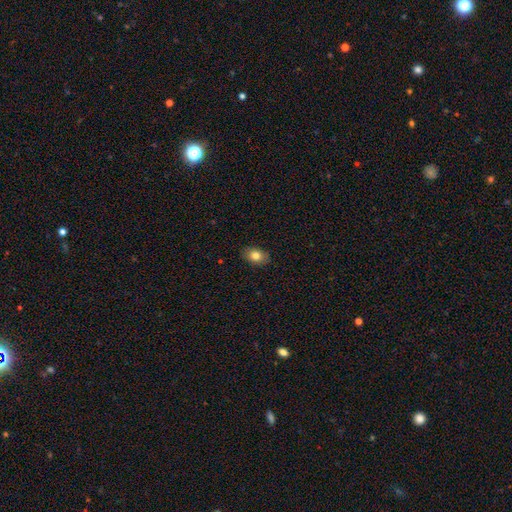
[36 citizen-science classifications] A smooth galaxy with no disk features (89%) that is in between round and cigar-shaped (84%). Merging: none (78%).